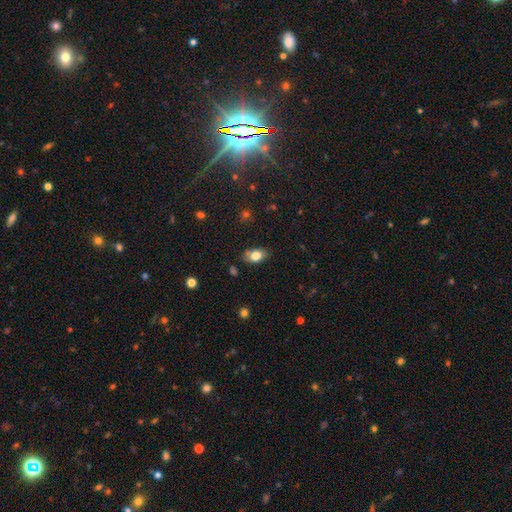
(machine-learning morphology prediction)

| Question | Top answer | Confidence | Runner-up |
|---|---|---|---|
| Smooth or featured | smooth | 79% | featured or disk (12%) |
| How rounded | in between | 84% | round (13%) |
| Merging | none | 77% | minor disturbance (16%) |